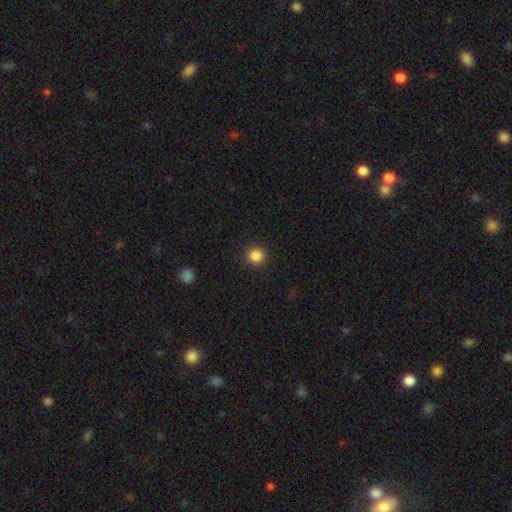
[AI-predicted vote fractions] Morphology: type=smooth (86%); roundness=round (95%); merging=none (92%).